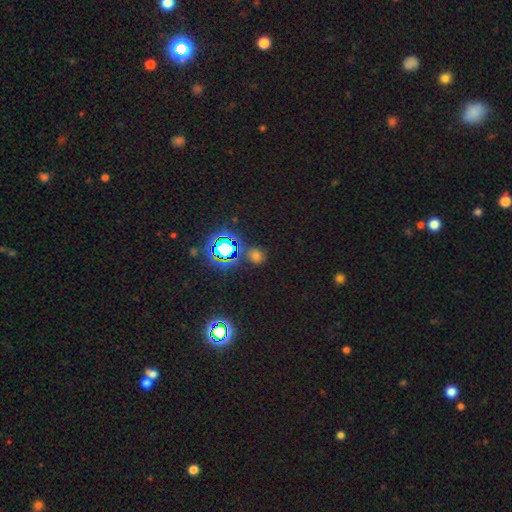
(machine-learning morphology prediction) The model was most divided on "smooth or featured": smooth: 51%, star or artifact: 42%, featured or disk: 7%. More confident: merging — none (79%); how rounded — round (75%).